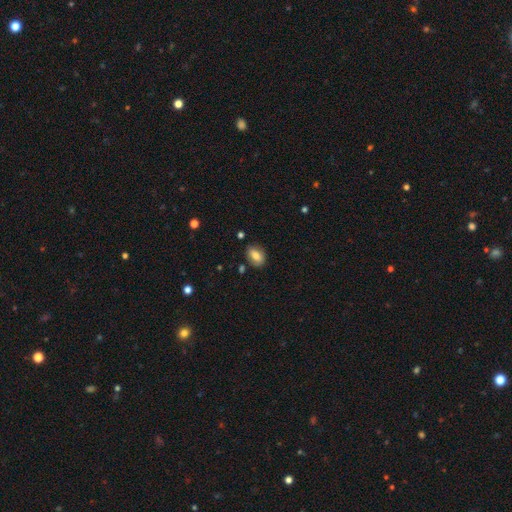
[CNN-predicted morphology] smooth-or-featured: smooth: 79% | featured or disk: 12% | star or artifact: 9%
  how-rounded: in between: 85% | round: 13% | cigar-shaped: 2%
  merging: none: 81% | minor disturbance: 13% | merger: 3% | major disturbance: 3%